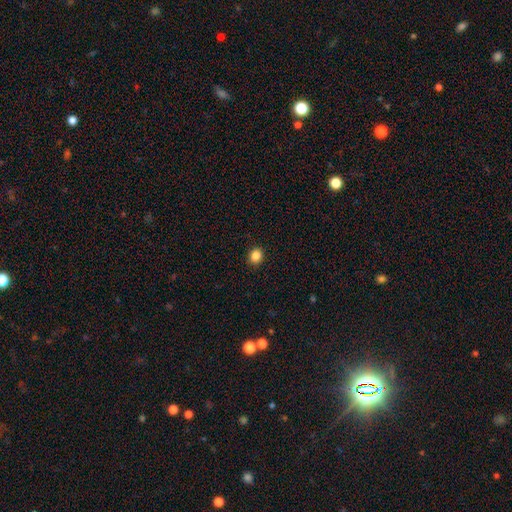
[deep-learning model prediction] A smooth galaxy with no disk features (86%) that is round (67%). Merging: none (91%).